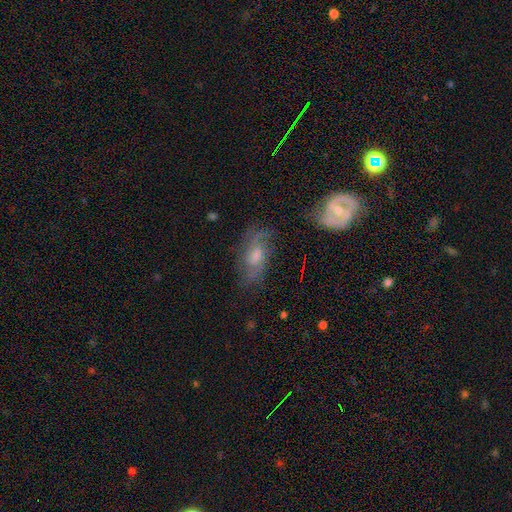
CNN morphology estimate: This is likely a featured or disk galaxy (64%). It is clearly not viewed edge-on (91%). Bar: possibly no (56%). Spiral arm pattern: clearly yes (82%). Central bulge: possibly moderate (50%). Merging: likely none (62%).